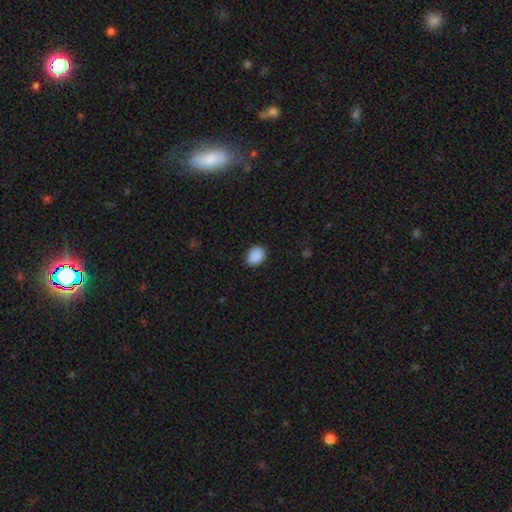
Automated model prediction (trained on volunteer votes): smooth 90%, star or artifact 8%, featured or disk 2%. Down the decision tree: how rounded — in between (62%); merging — none (88%).